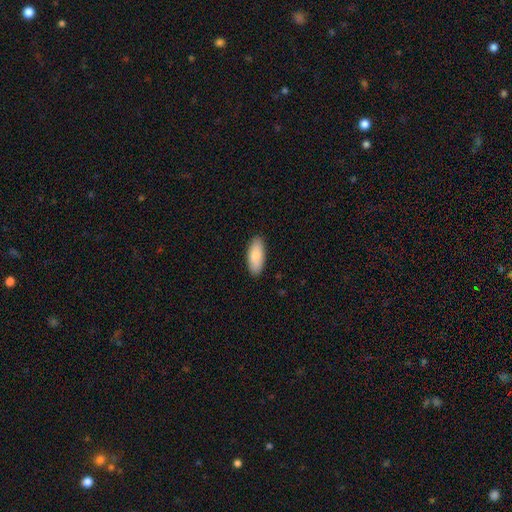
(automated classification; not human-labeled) Smooth or featured? Predicted: smooth (p=0.85). How rounded? Predicted: in between (p=0.84). Merging? Predicted: none (p=0.89).